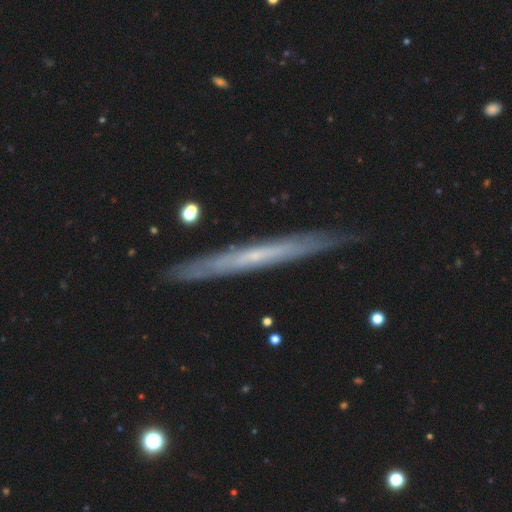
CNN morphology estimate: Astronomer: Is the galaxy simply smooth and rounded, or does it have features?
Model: featured or disk — 68%.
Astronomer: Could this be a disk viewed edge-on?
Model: yes — 89%.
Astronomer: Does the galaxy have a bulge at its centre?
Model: none — 77%.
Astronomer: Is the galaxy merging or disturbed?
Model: none — 87%.